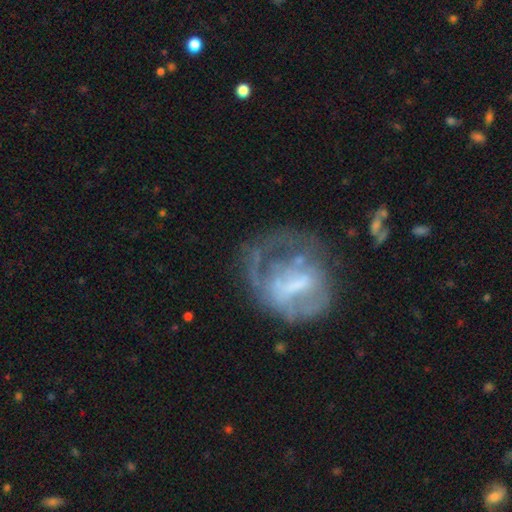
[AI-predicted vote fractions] featured or disk 65%, smooth 24%, star or artifact 11%. Down the decision tree: edge-on disk — no (97%); bar — no (41%); spiral arms — no (58%); bulge size — none (39%); merging — major disturbance (38%).